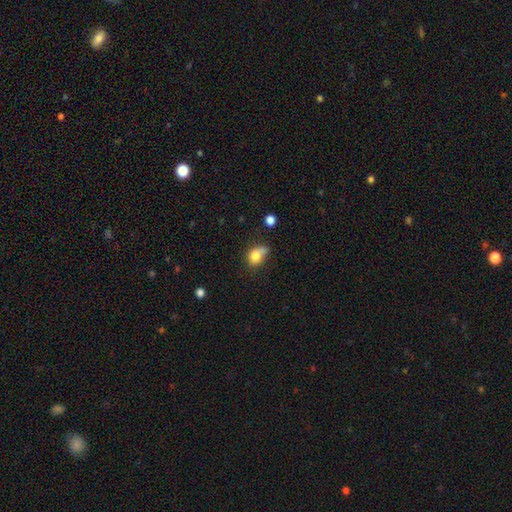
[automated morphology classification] This appears to be a smooth galaxy with no disk features (78%) that is in between round and cigar-shaped (51%). Merging: none (34%).